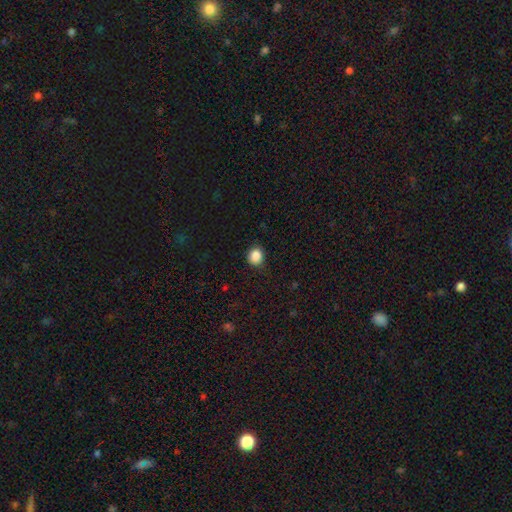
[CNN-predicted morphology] type=smooth (87%); roundness=round (78%); merging=none (82%).